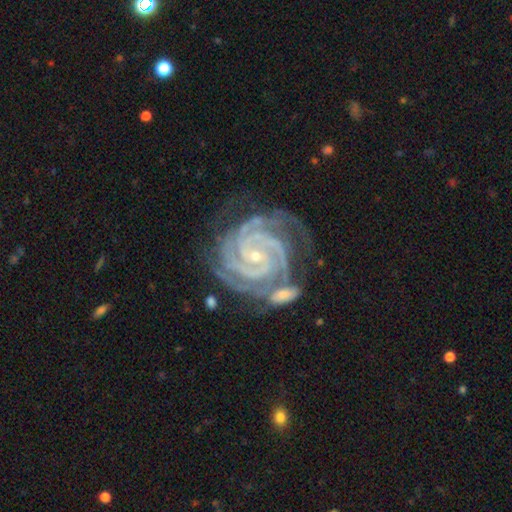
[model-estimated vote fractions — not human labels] Q: Smooth or featured?
A: featured or disk (94%); runner-up: star or artifact (4%)
Q: Edge-on disk?
A: no (98%); runner-up: yes (2%)
Q: Bar?
A: no (51%); runner-up: weak (31%)
Q: Spiral arms?
A: yes (99%); runner-up: no (1%)
Q: Spiral winding?
A: tight (84%); runner-up: medium (14%)
Q: Spiral arm count?
A: 3 (32%); runner-up: 4 (27%)
Q: Bulge size?
A: small (83%); runner-up: moderate (14%)
Q: Merging?
A: none (56%); runner-up: minor disturbance (21%)